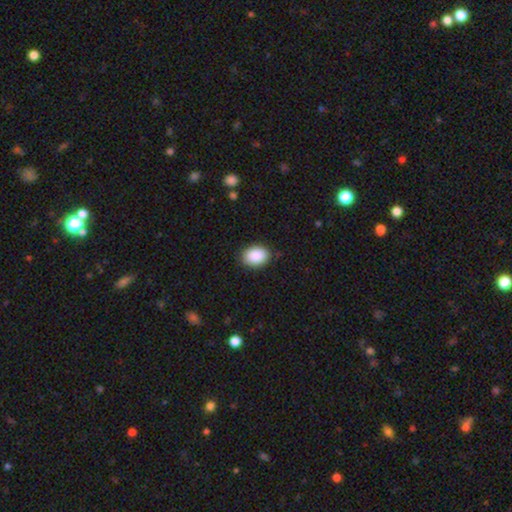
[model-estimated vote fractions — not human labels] smooth-or-featured: smooth: 90% | star or artifact: 7% | featured or disk: 3%
  how-rounded: in between: 76% | round: 23% | cigar-shaped: 1%
  merging: none: 87% | minor disturbance: 10% | major disturbance: 2% | merger: 1%